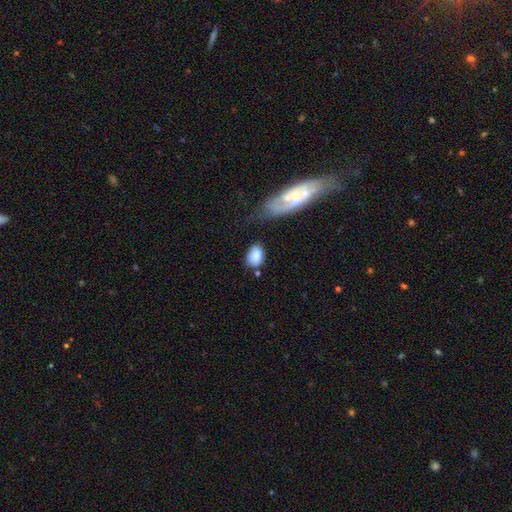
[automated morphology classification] smooth_or_featured: smooth (p=0.82) [alt: featured or disk p=0.11]
how_rounded: in between (p=0.83) [alt: round p=0.15]
merging: none (p=0.58) [alt: minor disturbance p=0.24]